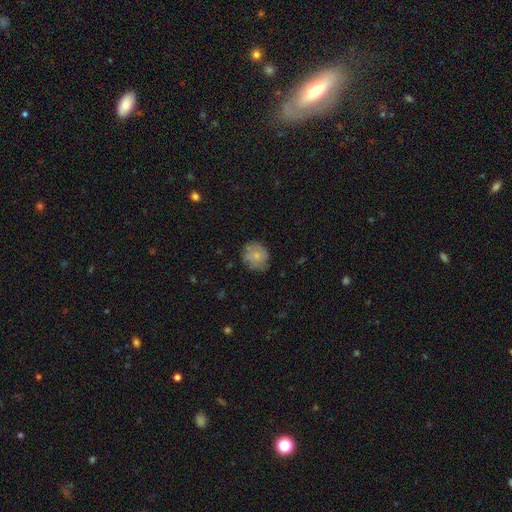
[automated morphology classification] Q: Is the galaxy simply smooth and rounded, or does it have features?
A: smooth — 71%.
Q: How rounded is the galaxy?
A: round — 76%.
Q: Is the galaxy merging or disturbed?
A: none — 68%.